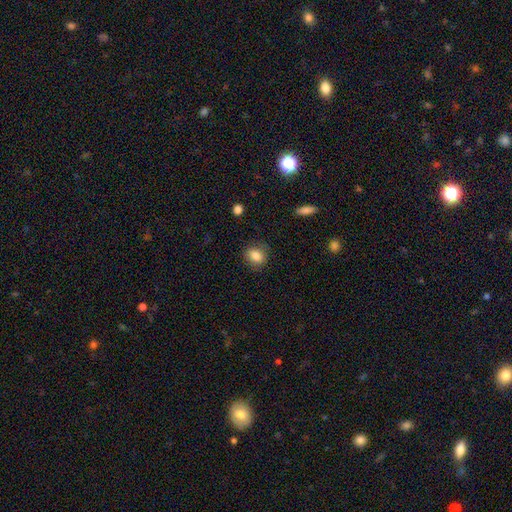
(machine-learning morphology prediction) Smooth or featured? Predicted: smooth (p=0.84). How rounded? Predicted: round (p=0.50). Merging? Predicted: none (p=0.81).